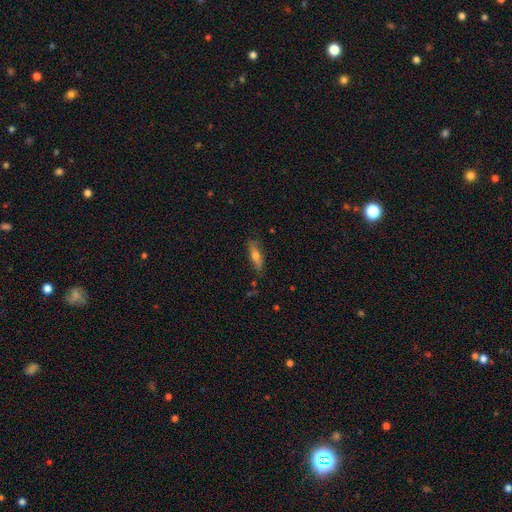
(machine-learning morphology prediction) Smooth or featured: smooth — 58% (featured or disk — 35%)
How rounded: cigar-shaped — 58% (in between — 40%)
Merging: none — 81% (minor disturbance — 15%)